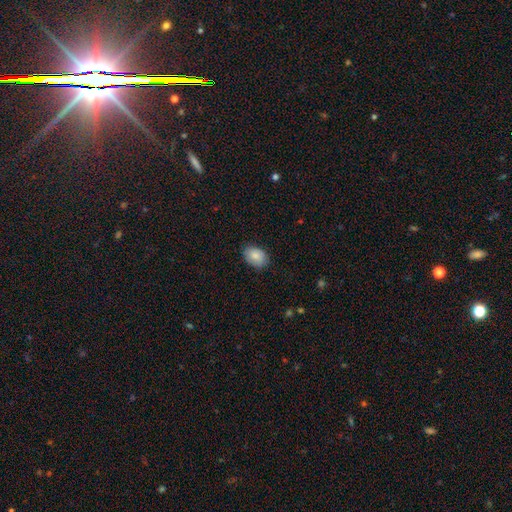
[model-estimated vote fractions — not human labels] smooth-or-featured: smooth: 86% | featured or disk: 7% | star or artifact: 7%
  how-rounded: in between: 80% | round: 19% | cigar-shaped: 1%
  merging: none: 83% | minor disturbance: 14% | major disturbance: 3% | merger: 1%